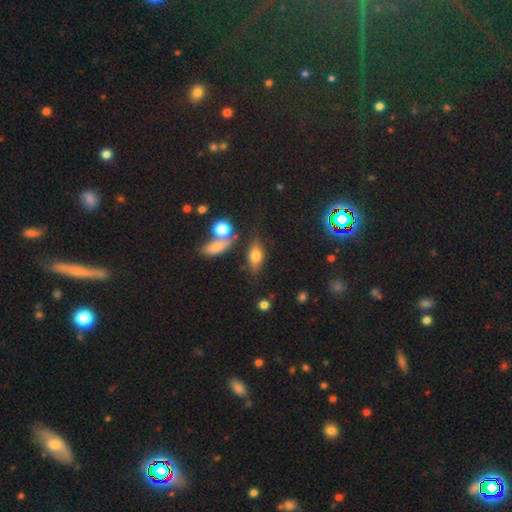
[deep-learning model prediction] Q: Smooth or featured?
A: smooth (68%); runner-up: featured or disk (20%)
Q: How rounded?
A: in between (78%); runner-up: cigar-shaped (12%)
Q: Merging?
A: none (67%); runner-up: minor disturbance (15%)